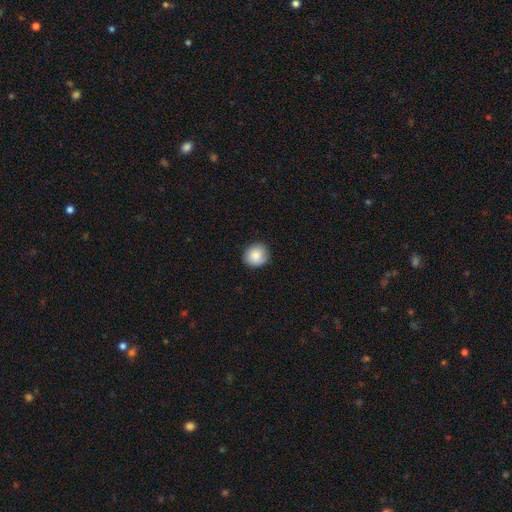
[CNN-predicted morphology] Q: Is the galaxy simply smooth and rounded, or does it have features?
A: smooth — 85%.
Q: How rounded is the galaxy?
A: round — 87%.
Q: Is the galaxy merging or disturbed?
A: none — 86%.